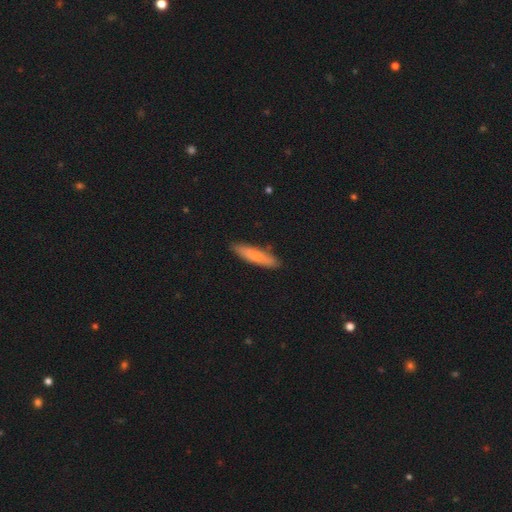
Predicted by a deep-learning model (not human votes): A smooth galaxy with no disk features (74%) that is cigar-shaped (81%).

Vote fractions:
- Smooth or featured? smooth: 74% / featured or disk: 20% / star or artifact: 6%
- How rounded? cigar-shaped: 81% / in between: 18% / round: 2%
- Merging? none: 87% / minor disturbance: 10% / major disturbance: 2% / merger: 1%